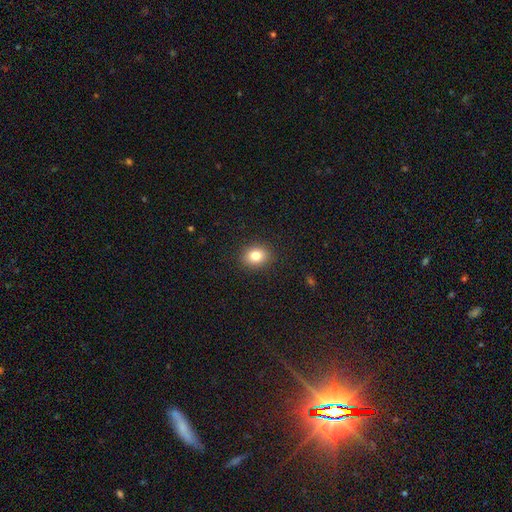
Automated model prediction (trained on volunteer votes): smooth 82%, star or artifact 10%, featured or disk 8%. Down the decision tree: how rounded — round (53%); merging — none (90%).